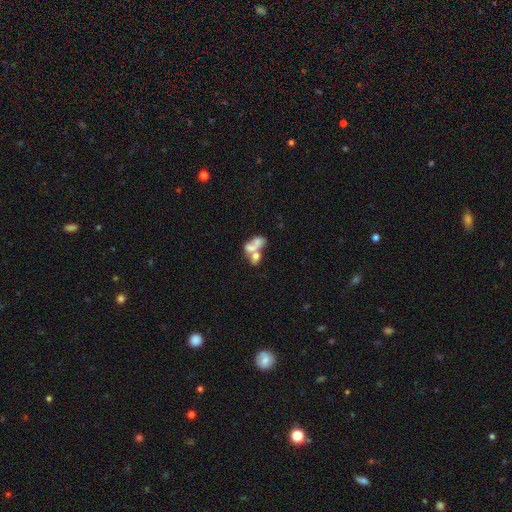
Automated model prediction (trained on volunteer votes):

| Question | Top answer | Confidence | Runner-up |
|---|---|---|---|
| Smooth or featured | smooth | 52% | featured or disk (36%) |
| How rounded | in between | 76% | round (19%) |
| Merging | merger | 66% | none (17%) |